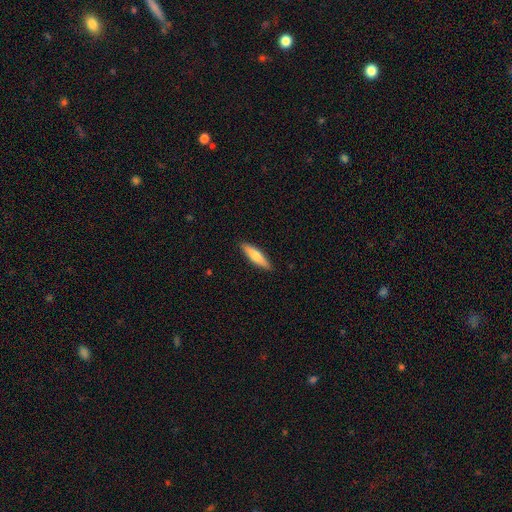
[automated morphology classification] A smooth galaxy with no disk features (69%) that is cigar-shaped (74%).

Vote fractions:
- Smooth or featured? smooth: 69% / featured or disk: 26% / star or artifact: 5%
- How rounded? cigar-shaped: 74% / in between: 24% / round: 2%
- Merging? none: 90% / minor disturbance: 8% / major disturbance: 2% / merger: 1%